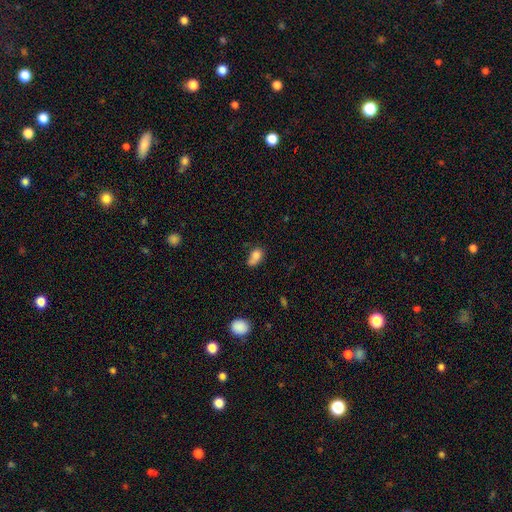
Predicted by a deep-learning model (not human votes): Smooth or featured?
  - smooth: 79% *
  - featured or disk: 11%
  - star or artifact: 11%
How rounded?
  - in between: 80% *
  - round: 17%
  - cigar-shaped: 4%
Merging?
  - none: 38% *
  - minor disturbance: 30%
  - merger: 17%
  - major disturbance: 15%